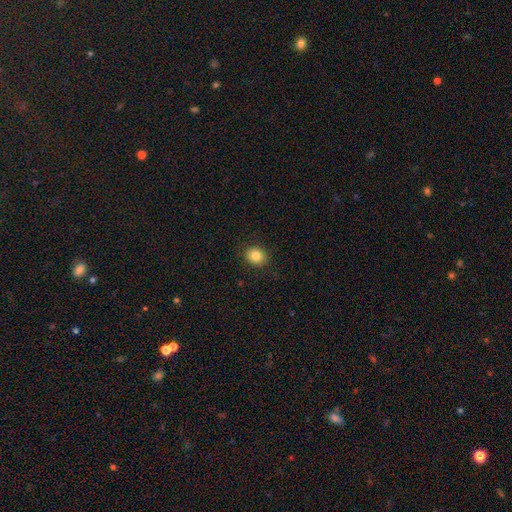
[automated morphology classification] A smooth galaxy with no disk features (84%) that is round (62%).

Vote fractions:
- Smooth or featured? smooth: 84% / star or artifact: 10% / featured or disk: 6%
- How rounded? round: 62% / in between: 37% / cigar-shaped: 1%
- Merging? none: 90% / minor disturbance: 7% / major disturbance: 2% / merger: 1%